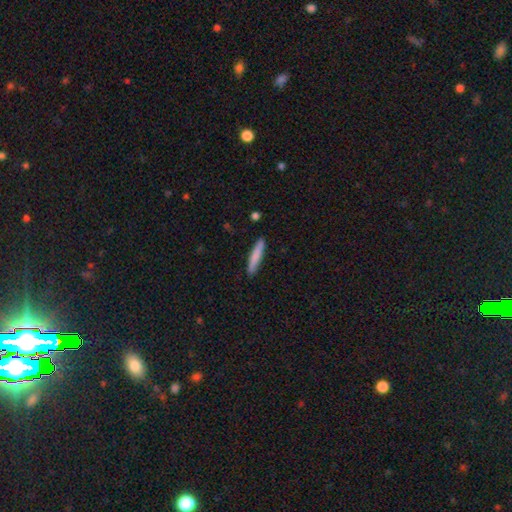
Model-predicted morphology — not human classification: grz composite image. It shows a smooth galaxy with no disk features (80%) that is cigar-shaped (91%). Merging: none (89%).